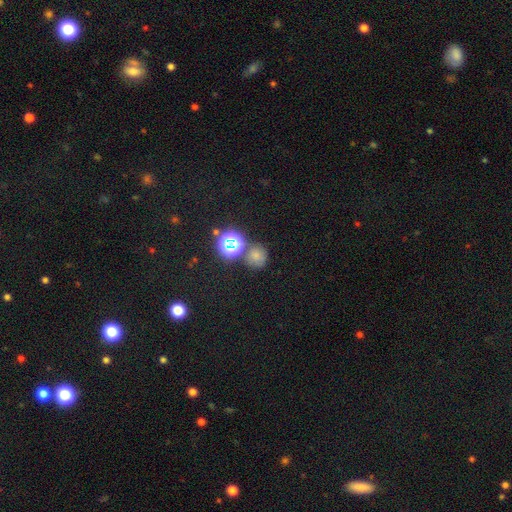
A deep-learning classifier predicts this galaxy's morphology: This appears to be a smooth galaxy with no disk features (61%) that is round (86%). Merging: none (66%).